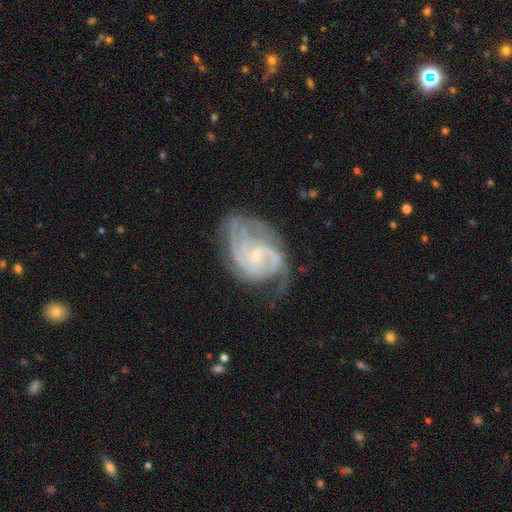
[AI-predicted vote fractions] smooth_or_featured: featured or disk (p=0.89) [alt: smooth p=0.06]
disk_edge_on: no (p=0.98) [alt: yes p=0.02]
bar: no (p=0.54) [alt: weak p=0.38]
has_spiral_arms: yes (p=0.97) [alt: no p=0.03]
spiral_winding: tight (p=0.48) [alt: medium p=0.42]
spiral_arm_count: 3 (p=0.28) [alt: 2 p=0.26]
bulge_size: small (p=0.76) [alt: moderate p=0.18]
merging: none (p=0.60) [alt: minor disturbance p=0.23]